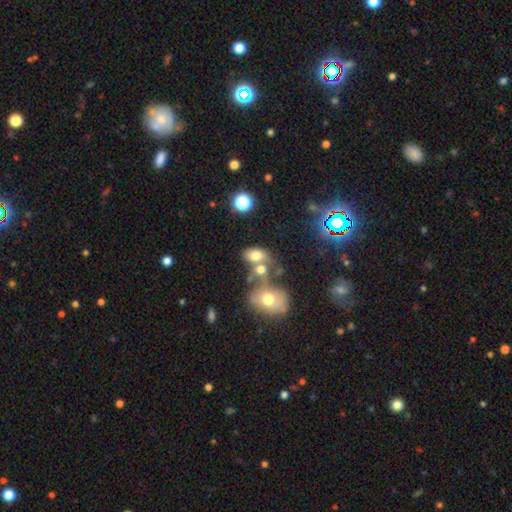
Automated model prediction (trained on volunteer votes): smooth_or_featured: smooth (p=0.68) [alt: featured or disk p=0.19]
how_rounded: in between (p=0.80) [alt: round p=0.18]
merging: merger (p=0.51) [alt: none p=0.29]